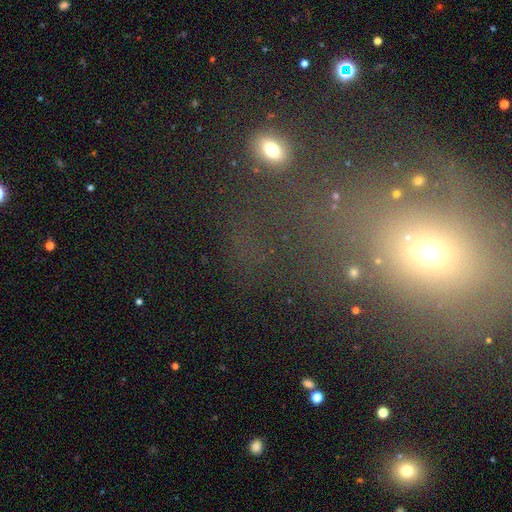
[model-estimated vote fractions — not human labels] Q: Smooth or featured?
A: star or artifact (44%); runner-up: smooth (41%)